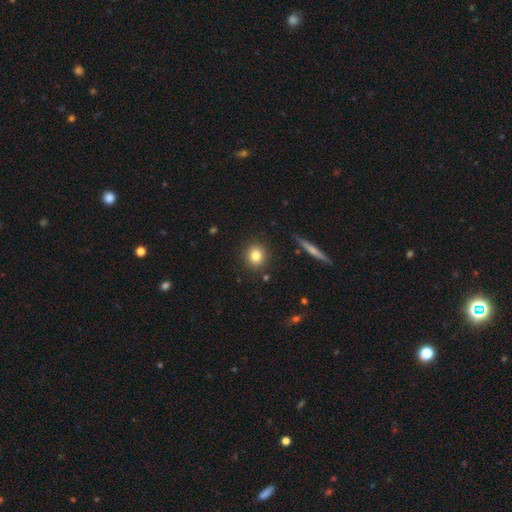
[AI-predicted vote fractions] The model was most divided on "how rounded": round: 84%, in between: 15%, cigar-shaped: 2%. More confident: merging — none (89%); smooth or featured — smooth (81%).